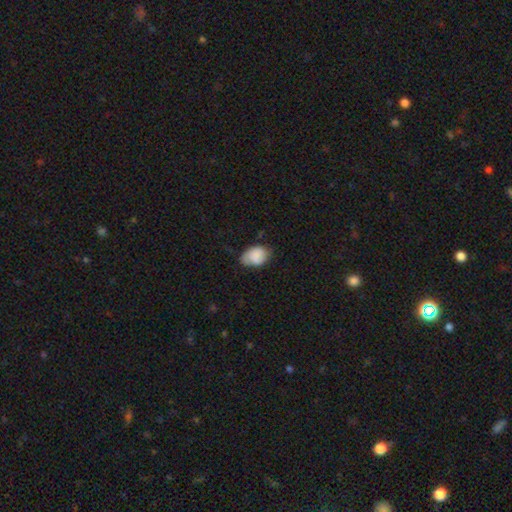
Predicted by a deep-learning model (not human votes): The model was most divided on "merging": none: 54%, minor disturbance: 36%, major disturbance: 8%, merger: 2%. More confident: smooth or featured — smooth (82%); how rounded — in between (80%).